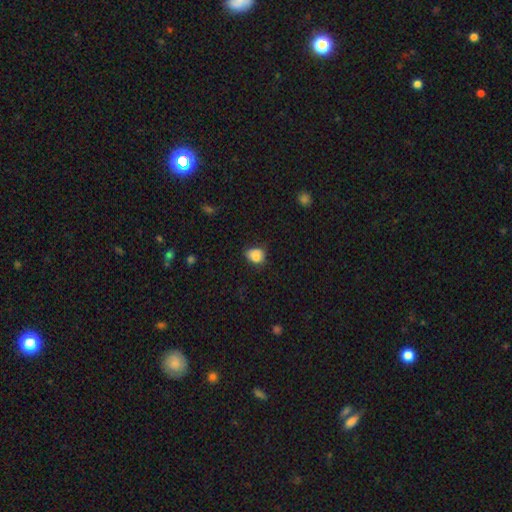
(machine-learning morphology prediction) Smooth or featured? smooth (83%)
How rounded? in between (56%)
Merging? none (51%)